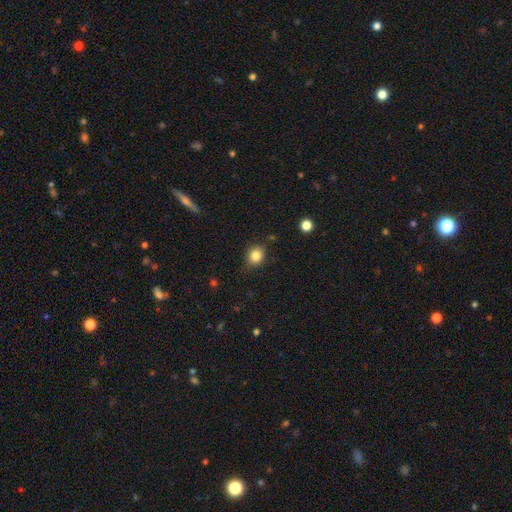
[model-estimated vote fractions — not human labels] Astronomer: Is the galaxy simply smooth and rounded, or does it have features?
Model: smooth — 84%.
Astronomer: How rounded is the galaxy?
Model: round — 65%.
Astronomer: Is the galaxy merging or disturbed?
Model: none — 81%.